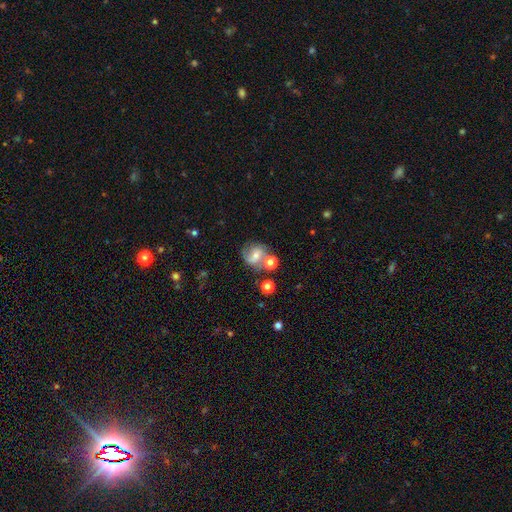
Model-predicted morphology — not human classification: Smooth or featured? featured or disk (47%)
Merging? none (50%)